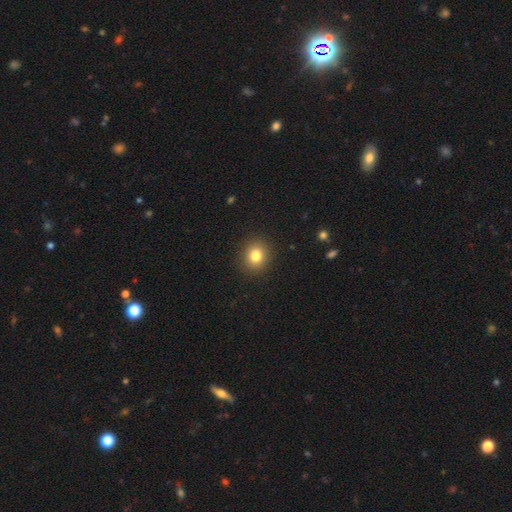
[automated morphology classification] smooth 81%, star or artifact 12%, featured or disk 7%. Down the decision tree: how rounded — round (82%); merging — none (91%).